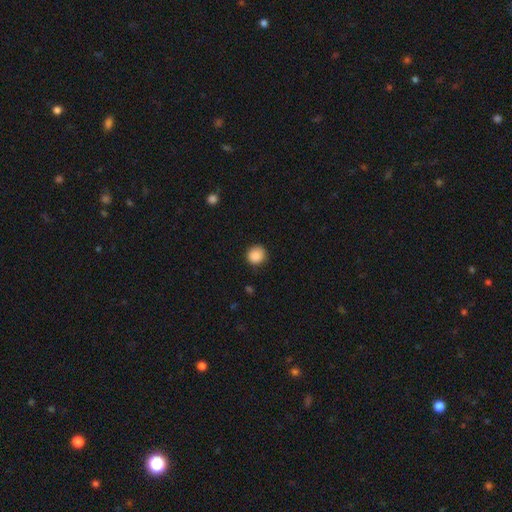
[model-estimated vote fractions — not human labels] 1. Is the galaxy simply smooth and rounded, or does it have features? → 88% smooth, 9% star or artifact, 3% featured or disk.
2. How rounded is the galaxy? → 90% round, 9% in between, 1% cigar-shaped.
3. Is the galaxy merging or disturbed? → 86% none, 11% minor disturbance, 2% major disturbance, 1% merger.